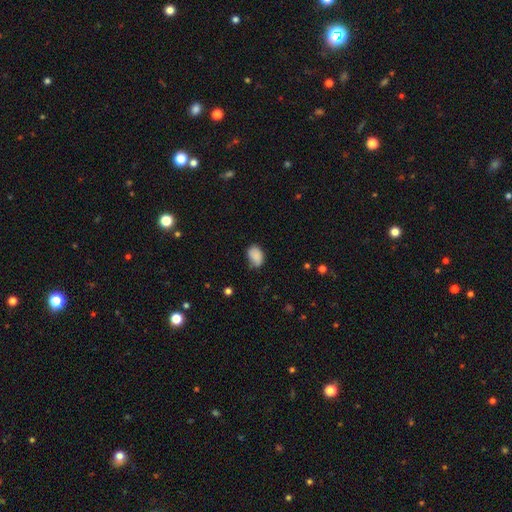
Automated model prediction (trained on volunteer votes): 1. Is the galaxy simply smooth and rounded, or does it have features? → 87% smooth, 8% star or artifact, 5% featured or disk.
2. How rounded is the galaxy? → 83% in between, 16% round, 1% cigar-shaped.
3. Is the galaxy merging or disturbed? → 67% none, 27% minor disturbance, 5% major disturbance, 2% merger.